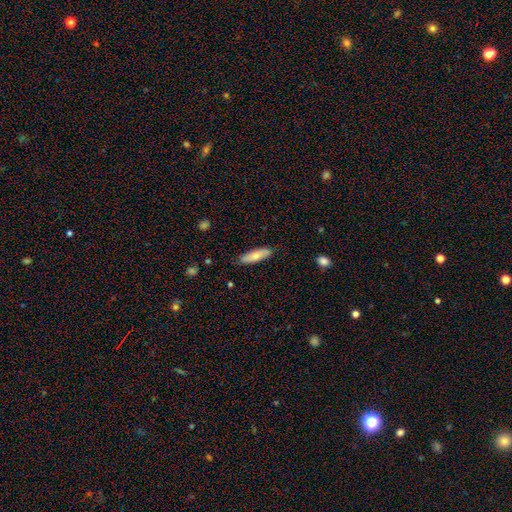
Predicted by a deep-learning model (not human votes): smooth-or-featured: smooth: 70% | featured or disk: 24% | star or artifact: 6%
  how-rounded: cigar-shaped: 59% | in between: 39% | round: 2%
  merging: none: 86% | minor disturbance: 11% | major disturbance: 2% | merger: 1%